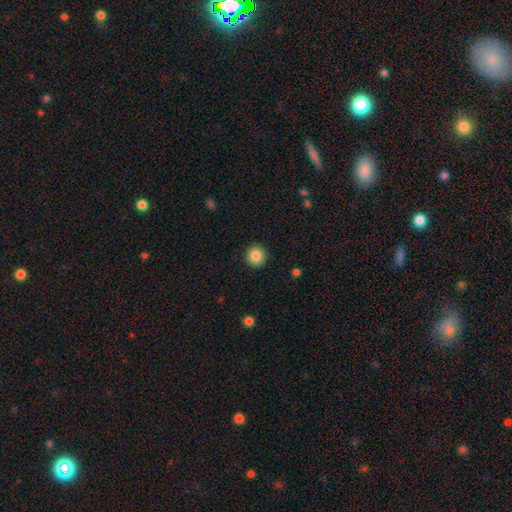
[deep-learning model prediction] smooth_or_featured: smooth (p=0.85) [alt: star or artifact p=0.09]
how_rounded: round (p=0.92) [alt: in between p=0.07]
merging: none (p=0.92) [alt: minor disturbance p=0.06]